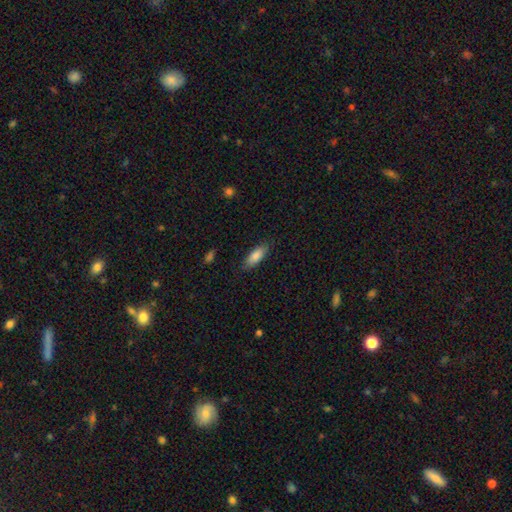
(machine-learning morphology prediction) Smooth or featured? smooth (85%)
How rounded? in between (69%)
Merging? none (85%)